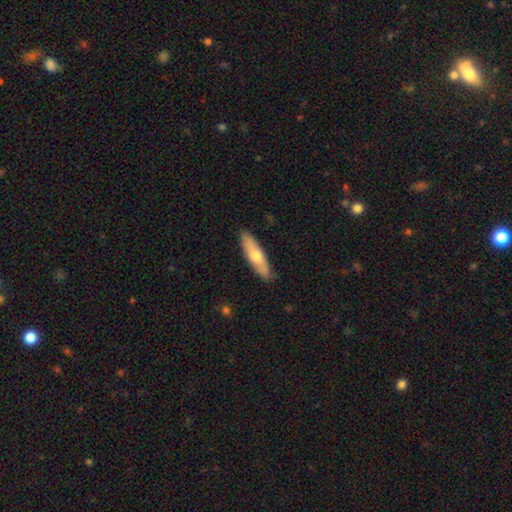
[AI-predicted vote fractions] Smooth or featured: smooth — 60% (featured or disk — 35%)
How rounded: cigar-shaped — 64% (in between — 34%)
Merging: none — 87% (minor disturbance — 10%)